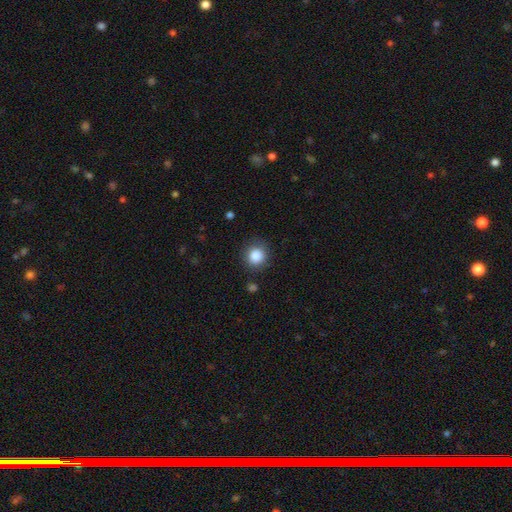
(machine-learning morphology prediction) Smooth or featured? Predicted: smooth (p=0.86). How rounded? Predicted: round (p=0.88). Merging? Predicted: none (p=0.84).